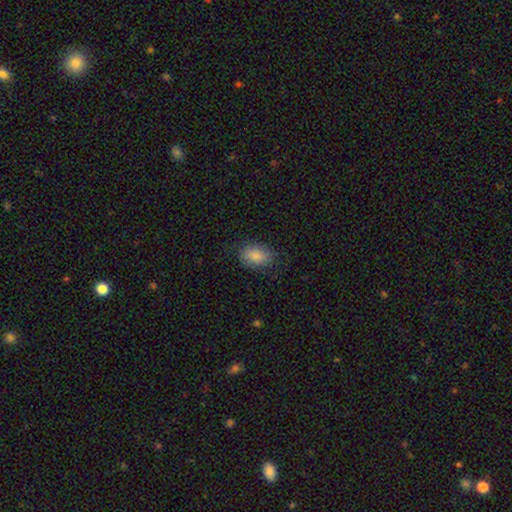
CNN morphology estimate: This appears to be a smooth galaxy with no disk features (86%) that is in between round and cigar-shaped (86%). Merging: none (80%).